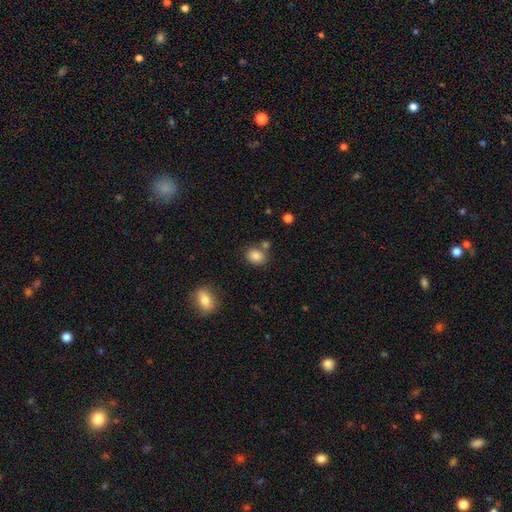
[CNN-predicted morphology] A smooth galaxy with no disk features (85%) that is in between round and cigar-shaped (55%). Merging: none (68%).